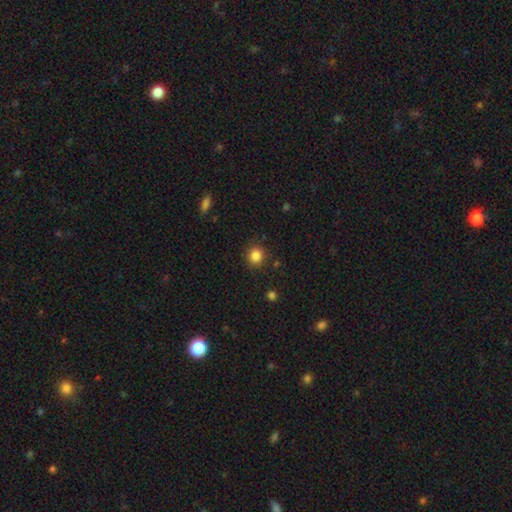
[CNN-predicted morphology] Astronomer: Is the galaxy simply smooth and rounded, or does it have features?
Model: smooth — 85%.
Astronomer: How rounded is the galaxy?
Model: round — 87%.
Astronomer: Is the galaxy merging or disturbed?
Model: none — 88%.